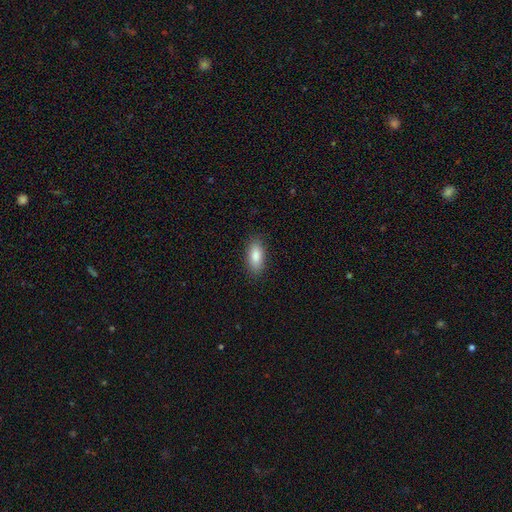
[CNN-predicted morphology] smooth_or_featured: smooth (p=0.86) [alt: featured or disk p=0.07]
how_rounded: in between (p=0.86) [alt: cigar-shaped p=0.11]
merging: none (p=0.87) [alt: minor disturbance p=0.09]